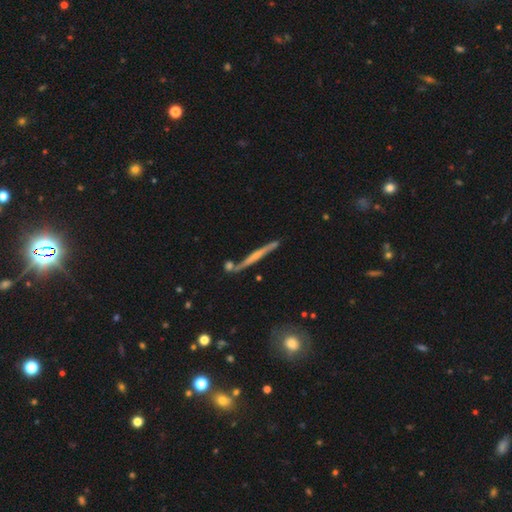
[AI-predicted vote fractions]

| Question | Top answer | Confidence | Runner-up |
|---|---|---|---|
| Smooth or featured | featured or disk | 64% | smooth (29%) |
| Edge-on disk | yes | 96% | no (4%) |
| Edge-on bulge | none | 55% | rounded (33%) |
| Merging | none | 77% | minor disturbance (11%) |